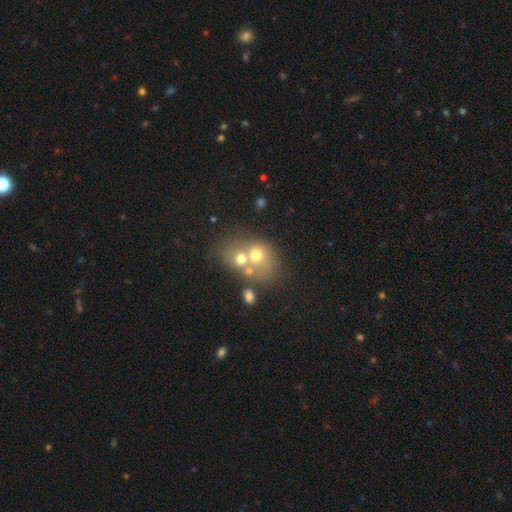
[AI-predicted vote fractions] This is possibly a smooth galaxy (59%). How rounded: possibly round (58%). Merging: likely merger (62%).